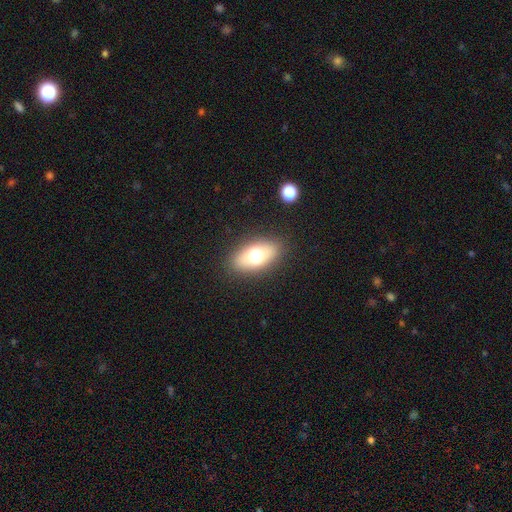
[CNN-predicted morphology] This is likely a smooth galaxy (65%). How rounded: clearly in between (85%). Merging: clearly none (85%).